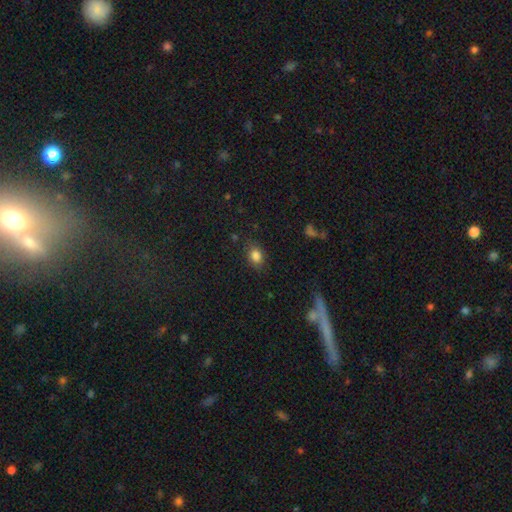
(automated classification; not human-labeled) smooth_or_featured: smooth (p=0.83) [alt: star or artifact p=0.11]
how_rounded: in between (p=0.67) [alt: round p=0.31]
merging: none (p=0.82) [alt: minor disturbance p=0.12]